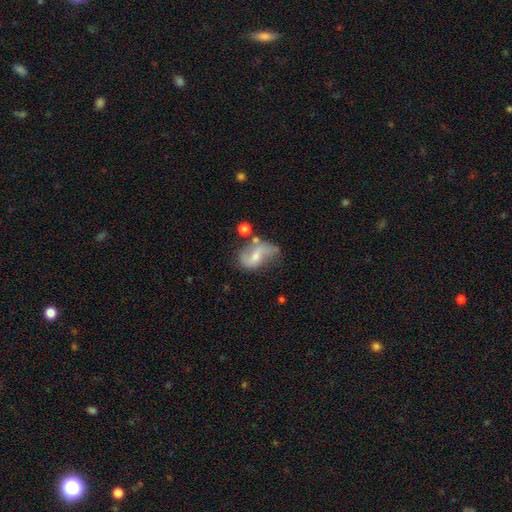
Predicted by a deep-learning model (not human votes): A featured or disk galaxy (56%) with no bar (50%), spiral arms (78%) and a moderate central bulge (44%).

Vote fractions:
- Smooth or featured? featured or disk: 56% / smooth: 35% / star or artifact: 9%
- Edge-on disk? no: 96% / yes: 4%
- Bar? no: 50% / weak: 39% / strong: 11%
- Spiral arms? yes: 78% / no: 22%
- Bulge size? moderate: 44% / small: 42% / none: 9% / large: 4% / dominant: 1%
- Merging? none: 36% / minor disturbance: 30% / major disturbance: 21% / merger: 13%